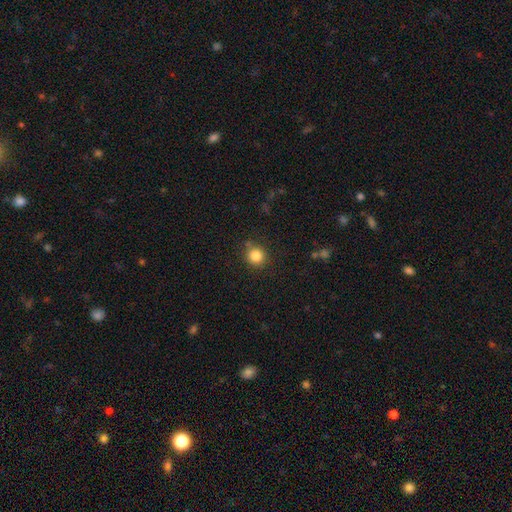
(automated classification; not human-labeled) A smooth galaxy with no disk features (84%) that is round (92%).

Vote fractions:
- Smooth or featured? smooth: 84% / star or artifact: 11% / featured or disk: 4%
- How rounded? round: 92% / in between: 7% / cigar-shaped: 1%
- Merging? none: 83% / minor disturbance: 10% / merger: 4% / major disturbance: 3%